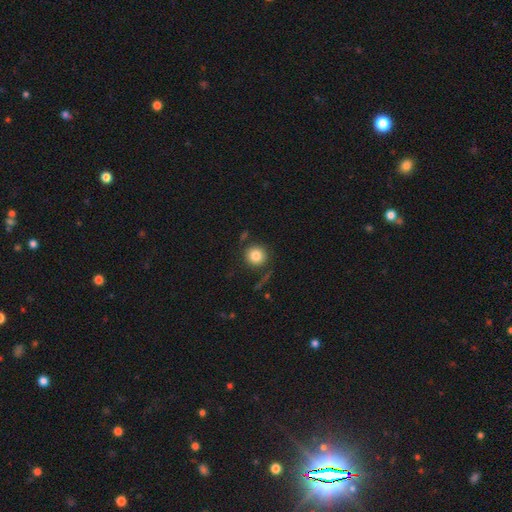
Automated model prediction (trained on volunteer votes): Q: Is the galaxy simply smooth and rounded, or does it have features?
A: smooth — 82%.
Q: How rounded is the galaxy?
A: round — 94%.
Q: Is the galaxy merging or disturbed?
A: none — 80%.